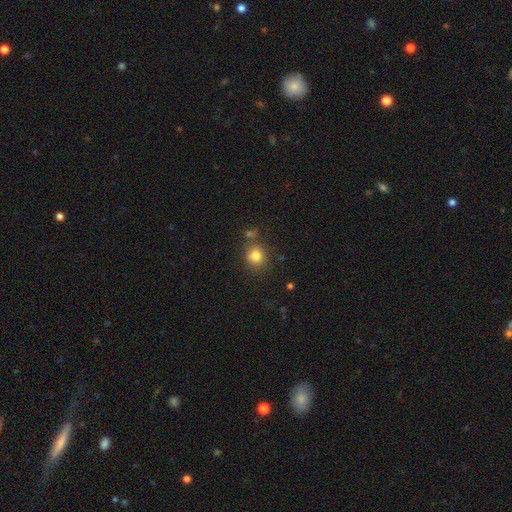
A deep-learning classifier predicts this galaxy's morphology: This appears to be a smooth galaxy with no disk features (80%) that is round (86%). Merging: none (77%).